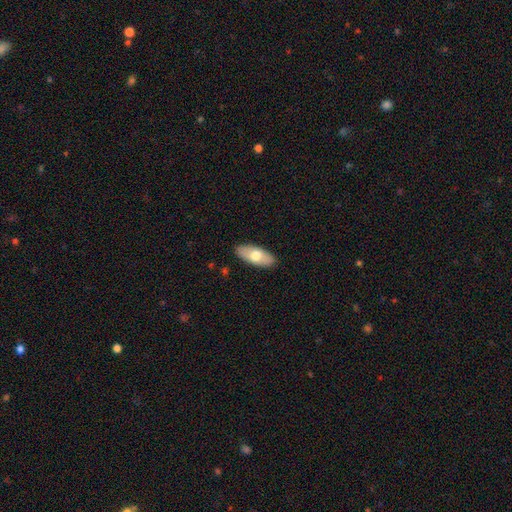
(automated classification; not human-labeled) This appears to be a smooth galaxy with no disk features (68%) that is in between round and cigar-shaped (86%). Merging: none (89%).